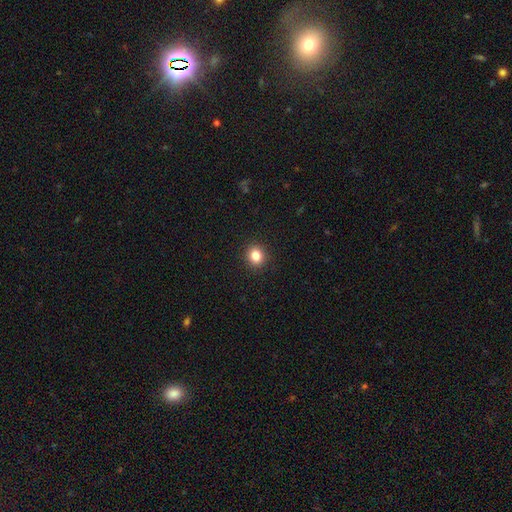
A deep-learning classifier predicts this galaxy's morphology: smooth-or-featured: smooth: 84% | star or artifact: 11% | featured or disk: 5%
  how-rounded: round: 81% | in between: 18% | cigar-shaped: 1%
  merging: none: 92% | minor disturbance: 6% | major disturbance: 2% | merger: 1%